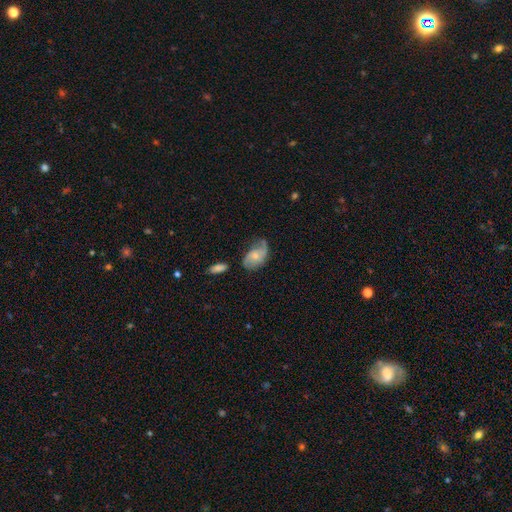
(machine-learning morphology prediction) featured or disk 57%, smooth 36%, star or artifact 7%. Down the decision tree: edge-on disk — no (96%); bar — no (69%); spiral arms — yes (86%); bulge size — small (56%); merging — none (46%).